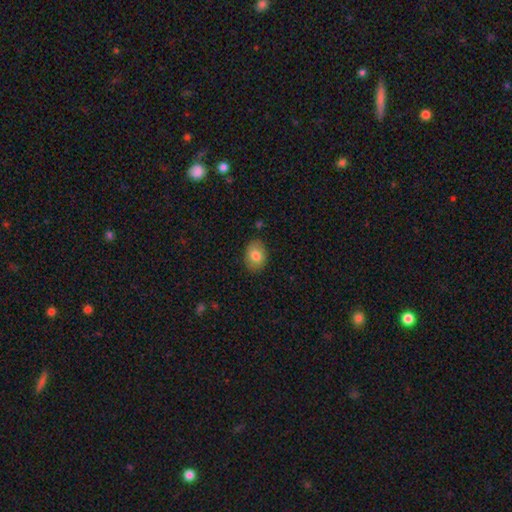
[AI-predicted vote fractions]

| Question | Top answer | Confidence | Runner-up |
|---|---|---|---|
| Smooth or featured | smooth | 80% | featured or disk (13%) |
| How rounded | in between | 75% | round (24%) |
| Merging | none | 84% | minor disturbance (12%) |